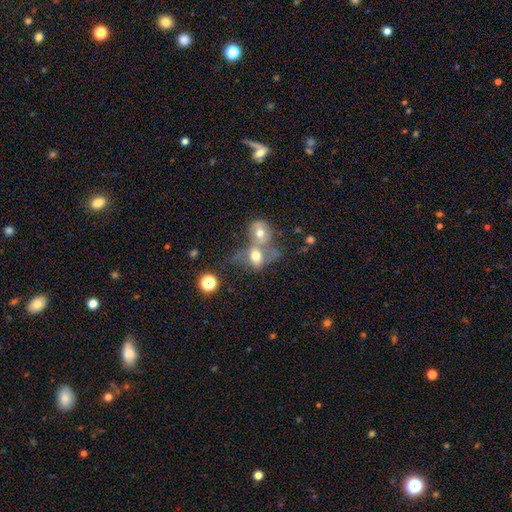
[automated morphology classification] smooth 59%, featured or disk 28%, star or artifact 13%. Down the decision tree: how rounded — in between (61%); merging — merger (67%).